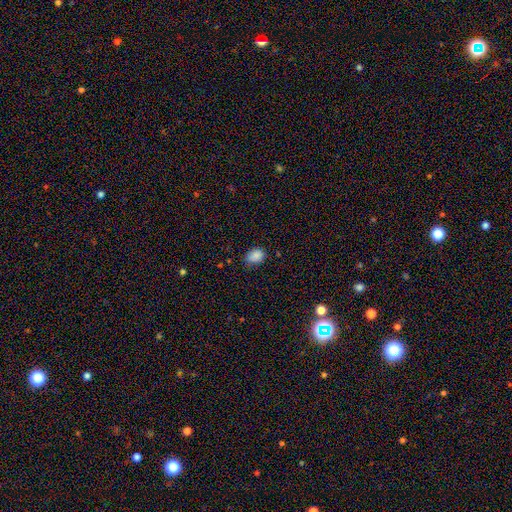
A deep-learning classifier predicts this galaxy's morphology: smooth 87%, star or artifact 10%, featured or disk 4%. Down the decision tree: how rounded — in between (74%); merging — none (74%).